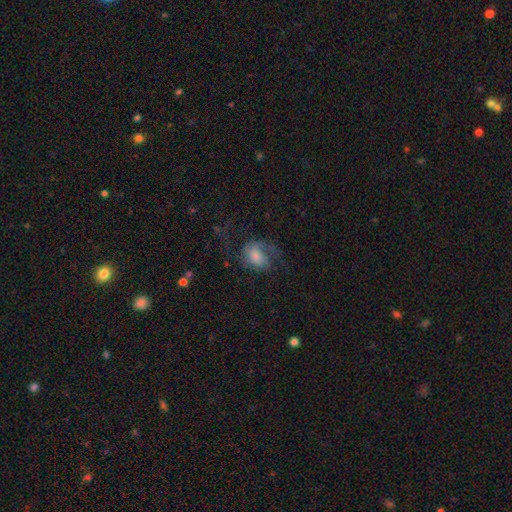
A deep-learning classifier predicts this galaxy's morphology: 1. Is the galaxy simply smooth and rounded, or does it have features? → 65% featured or disk, 25% smooth, 10% star or artifact.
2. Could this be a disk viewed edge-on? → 97% no, 3% yes.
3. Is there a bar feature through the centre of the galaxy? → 56% no, 36% weak, 8% strong.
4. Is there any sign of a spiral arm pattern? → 90% yes, 10% no.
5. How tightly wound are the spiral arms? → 44% medium, 43% loose, 13% tight.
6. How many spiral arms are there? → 76% 2, 12% 1, 7% can't tell, 2% 3, 1% 4, 1% more than 4.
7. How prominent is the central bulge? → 37% moderate, 34% small, 16% large, 9% none, 4% dominant.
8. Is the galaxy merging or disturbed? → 54% none, 25% major disturbance, 18% minor disturbance, 2% merger.